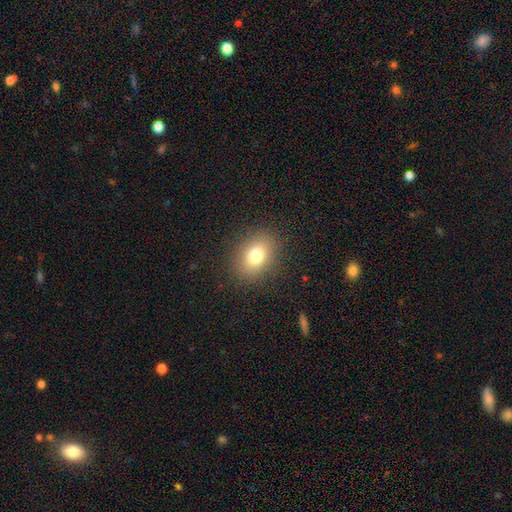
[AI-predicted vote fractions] Smooth or featured: smooth — 77% (star or artifact — 12%)
How rounded: in between — 64% (round — 35%)
Merging: none — 86% (minor disturbance — 9%)